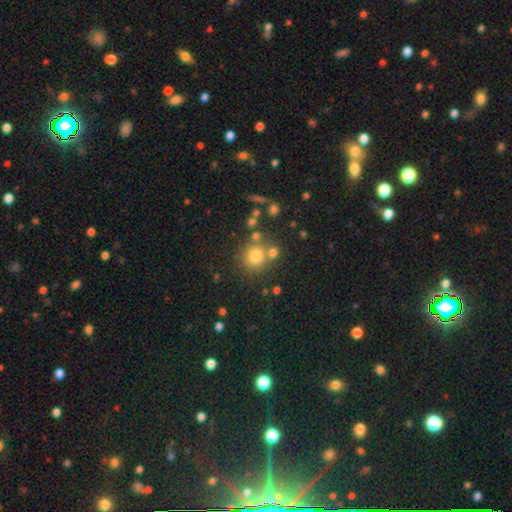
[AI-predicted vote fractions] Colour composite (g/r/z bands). It shows a smooth galaxy with no disk features (75%) that is round (87%). Merging: none (67%).